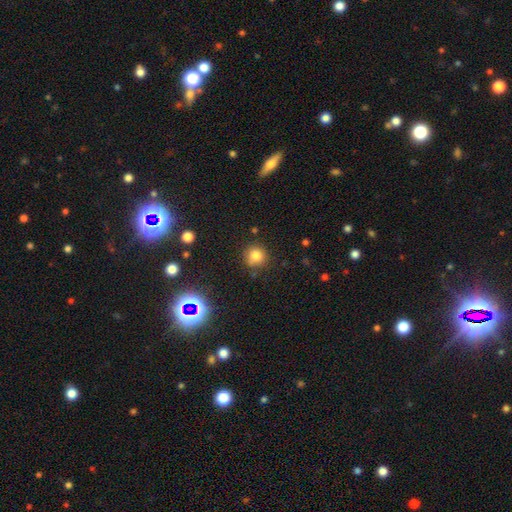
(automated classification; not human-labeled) Q: Smooth or featured?
A: smooth (80%); runner-up: star or artifact (14%)
Q: How rounded?
A: round (91%); runner-up: in between (8%)
Q: Merging?
A: none (83%); runner-up: minor disturbance (11%)